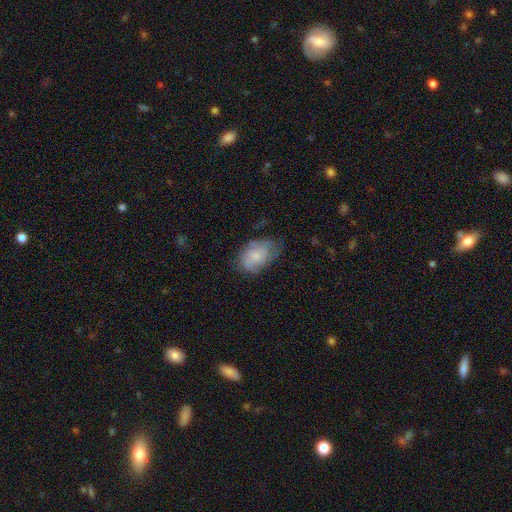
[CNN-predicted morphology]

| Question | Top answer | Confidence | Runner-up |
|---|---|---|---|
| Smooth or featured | smooth | 61% | featured or disk (31%) |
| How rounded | in between | 87% | round (12%) |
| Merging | none | 49% | minor disturbance (33%) |